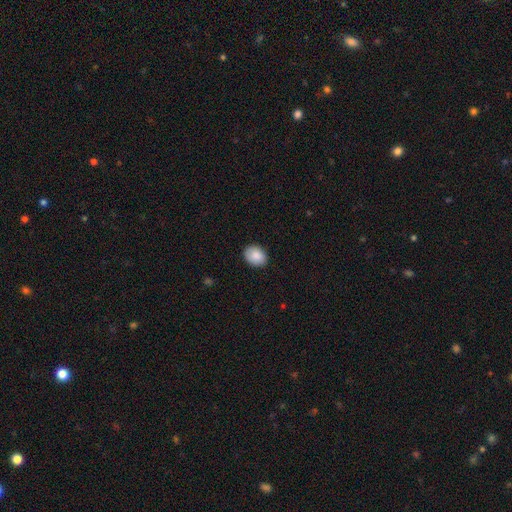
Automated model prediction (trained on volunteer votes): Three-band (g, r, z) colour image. It shows a smooth galaxy with no disk features (88%) that is in between round and cigar-shaped (63%). Merging: none (87%).